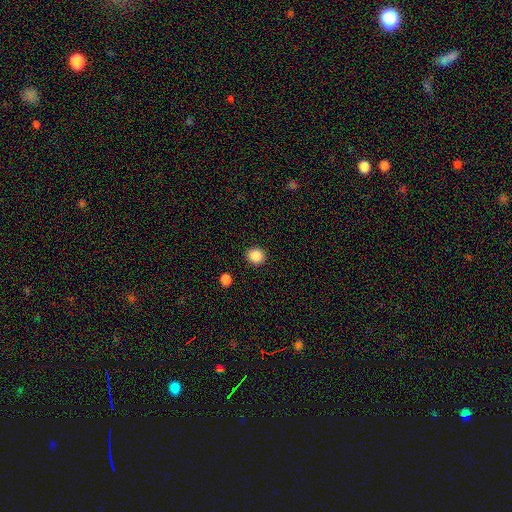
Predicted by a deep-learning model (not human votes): This appears to be a smooth galaxy with no disk features (88%) that is round (87%). Merging: none (91%).